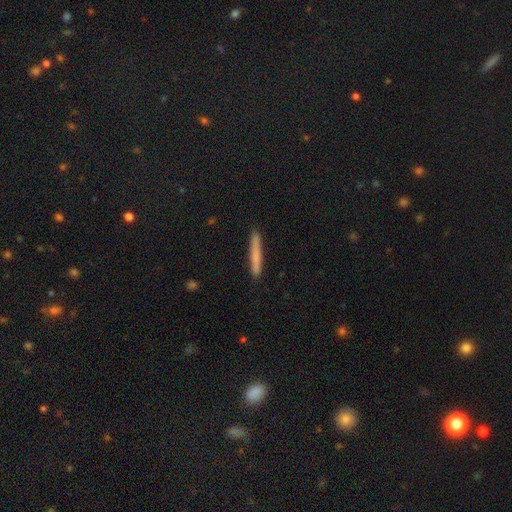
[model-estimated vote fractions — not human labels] The model was most divided on "smooth or featured": smooth: 70%, featured or disk: 24%, star or artifact: 6%. More confident: how rounded — cigar-shaped (96%); merging — none (90%).